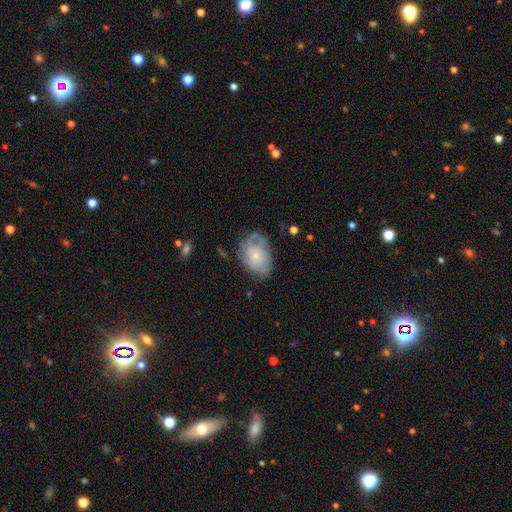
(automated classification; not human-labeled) smooth 48%, featured or disk 45%, star or artifact 8%. Down the decision tree: merging — none (58%).